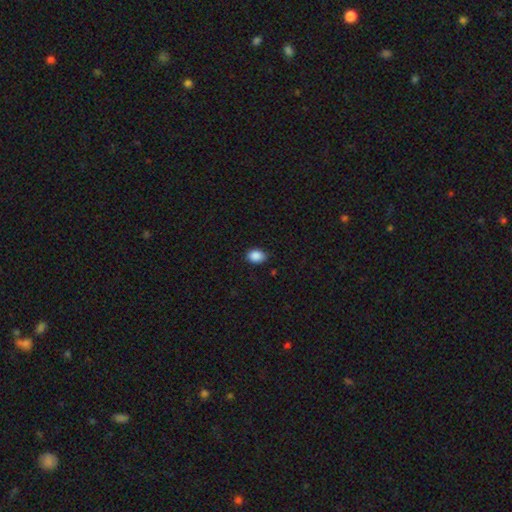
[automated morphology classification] A smooth galaxy with no disk features (88%) that is in between round and cigar-shaped (73%).

Vote fractions:
- Smooth or featured? smooth: 88% / star or artifact: 8% / featured or disk: 3%
- How rounded? in between: 73% / round: 26% / cigar-shaped: 1%
- Merging? none: 84% / minor disturbance: 13% / major disturbance: 2% / merger: 1%